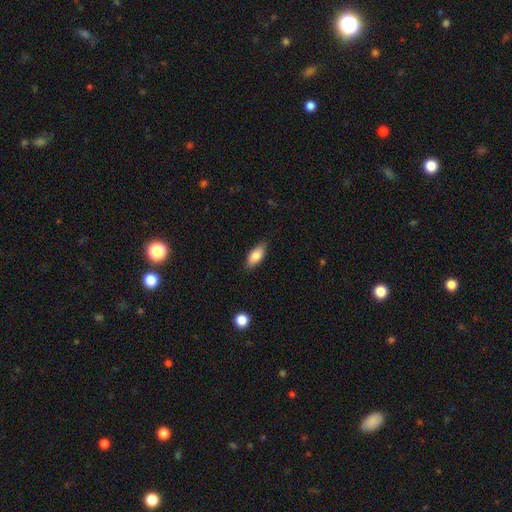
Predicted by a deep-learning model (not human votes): Smooth or featured? smooth (82%)
How rounded? in between (85%)
Merging? none (79%)